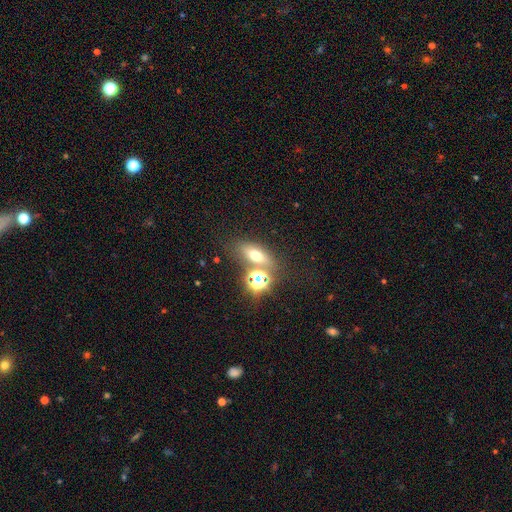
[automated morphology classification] smooth-or-featured: smooth: 57% | star or artifact: 24% | featured or disk: 19%
  how-rounded: in between: 61% | round: 25% | cigar-shaped: 13%
  merging: none: 64% | merger: 20% | minor disturbance: 11% | major disturbance: 5%